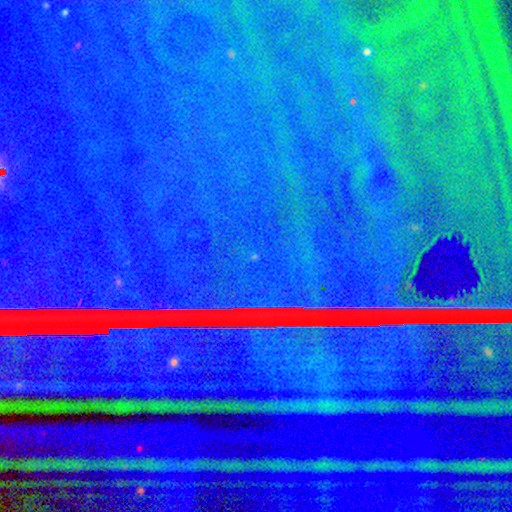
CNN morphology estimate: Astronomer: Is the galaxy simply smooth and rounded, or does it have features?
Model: star or artifact — 87%.